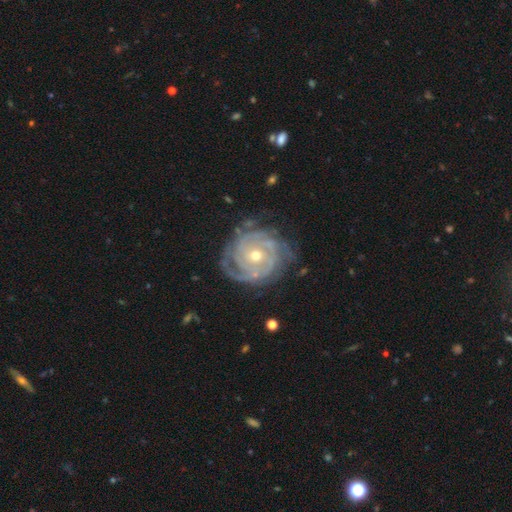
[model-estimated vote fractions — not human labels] Morphology: type=featured or disk (90%); edge-on=no (97%); bar=no (76%); spiral arms=yes (97%); winding=tight (79%); arm count=can't tell (27%); bulge=moderate (52%); merging=none (73%).